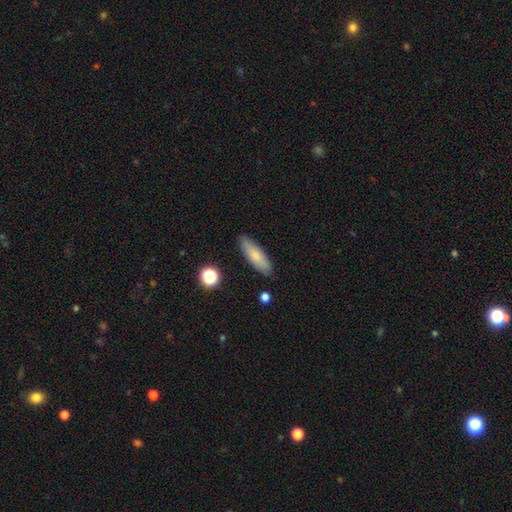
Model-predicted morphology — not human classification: Smooth or featured? smooth (77%)
How rounded? cigar-shaped (49%)
Merging? none (86%)